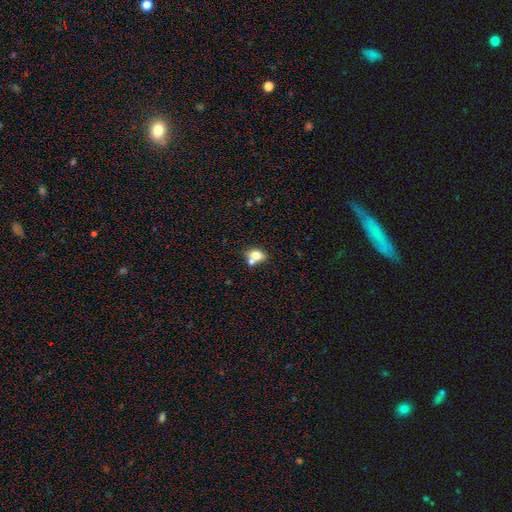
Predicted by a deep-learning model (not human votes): A smooth galaxy with no disk features (75%) that is in between round and cigar-shaped (68%). Merging: none (45%).